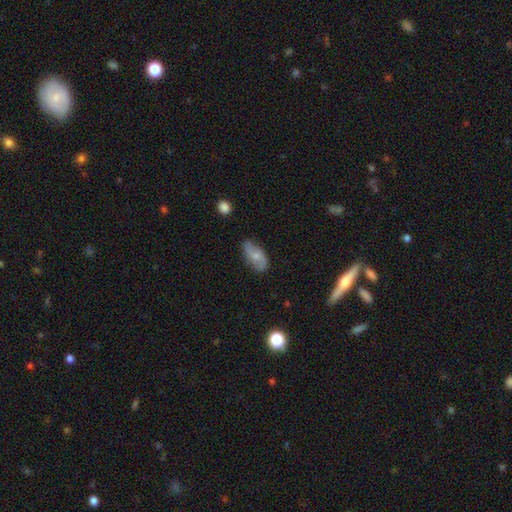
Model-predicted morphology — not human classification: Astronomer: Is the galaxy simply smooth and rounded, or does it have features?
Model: featured or disk — 48% (runner-up: smooth, 44%).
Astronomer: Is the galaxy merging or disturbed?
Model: none — 72%.